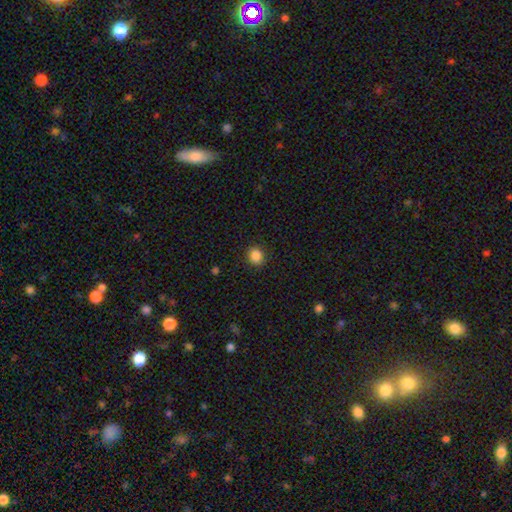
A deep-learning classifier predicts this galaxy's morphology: smooth-or-featured: smooth: 86% | star or artifact: 10% | featured or disk: 3%
  how-rounded: round: 80% | in between: 19% | cigar-shaped: 1%
  merging: none: 90% | minor disturbance: 7% | major disturbance: 2% | merger: 1%